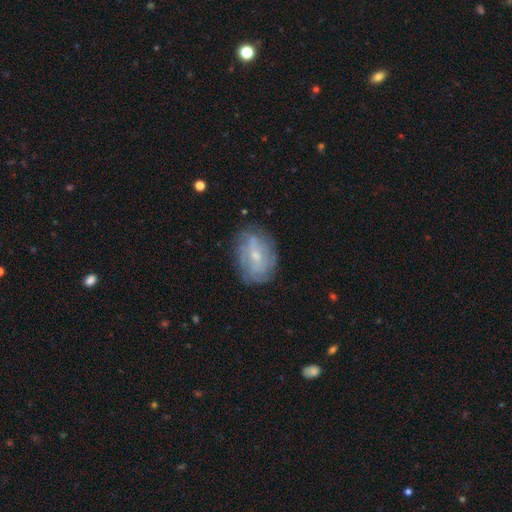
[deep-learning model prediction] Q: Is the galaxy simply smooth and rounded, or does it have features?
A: featured or disk — 62%.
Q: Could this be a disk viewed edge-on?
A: no — 95%.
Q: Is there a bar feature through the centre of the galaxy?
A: no — 58%.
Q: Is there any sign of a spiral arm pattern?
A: yes — 70%.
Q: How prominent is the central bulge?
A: small — 63%.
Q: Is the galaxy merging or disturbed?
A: none — 72%.